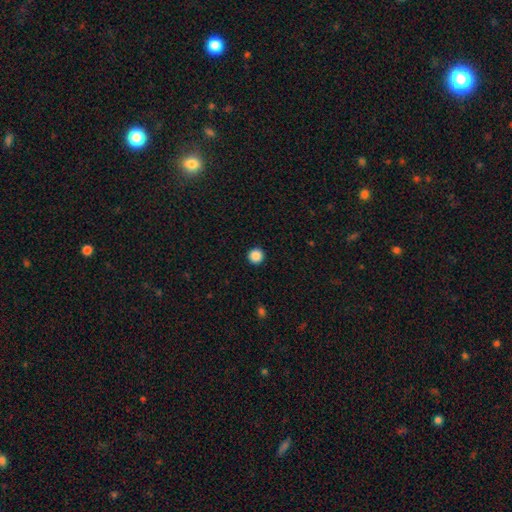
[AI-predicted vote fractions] Morphology: type=smooth (88%); roundness=round (96%); merging=none (94%).